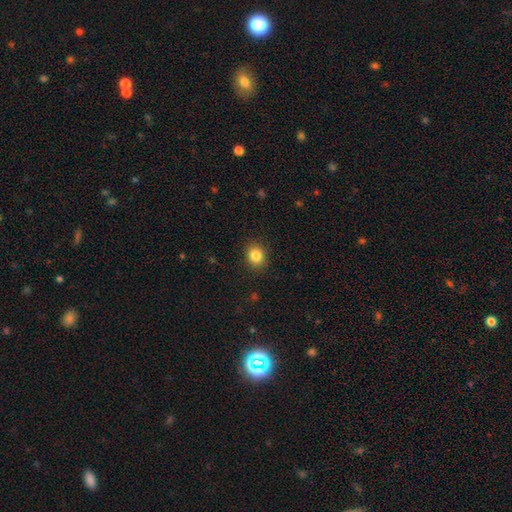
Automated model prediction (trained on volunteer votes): The model was most divided on "how rounded": round: 70%, in between: 29%, cigar-shaped: 1%. More confident: merging — none (89%); smooth or featured — smooth (84%).